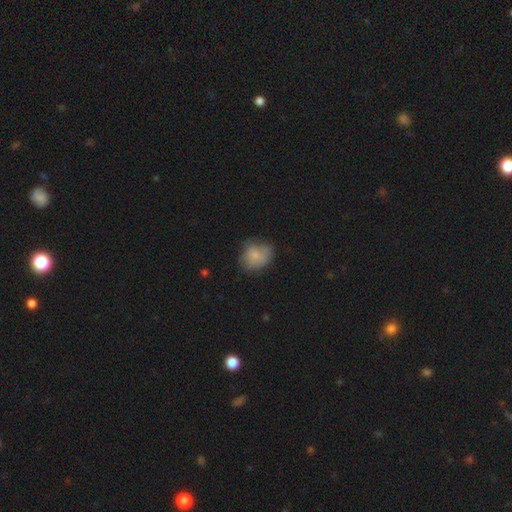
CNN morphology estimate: smooth-or-featured: smooth: 73% | featured or disk: 18% | star or artifact: 9%
  how-rounded: round: 54% | in between: 45% | cigar-shaped: 1%
  merging: none: 51% | minor disturbance: 32% | major disturbance: 13% | merger: 4%